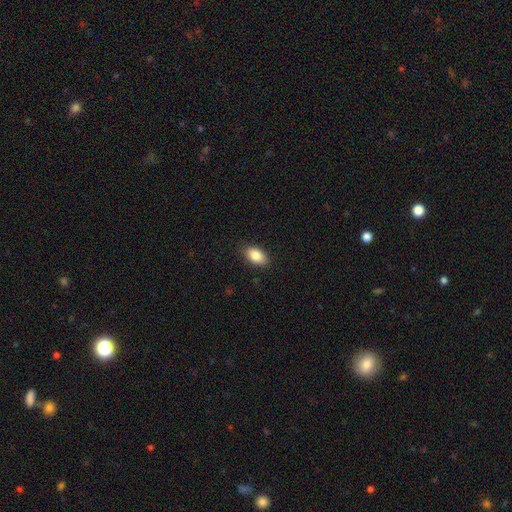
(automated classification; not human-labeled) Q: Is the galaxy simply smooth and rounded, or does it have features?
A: smooth — 85%.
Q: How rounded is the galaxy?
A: in between — 92%.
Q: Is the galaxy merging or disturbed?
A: none — 88%.